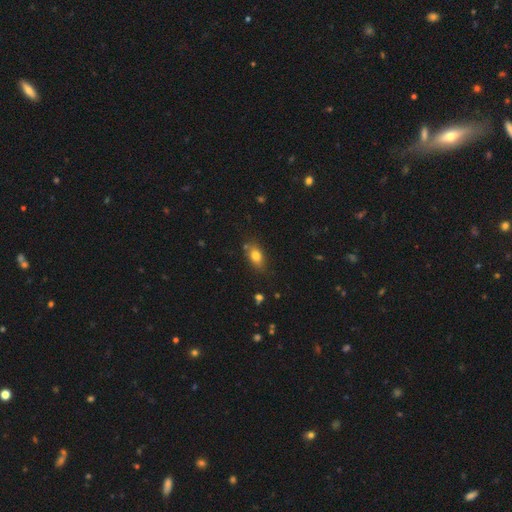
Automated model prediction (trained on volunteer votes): Morphology: type=smooth (79%); roundness=in between (83%); merging=none (76%).